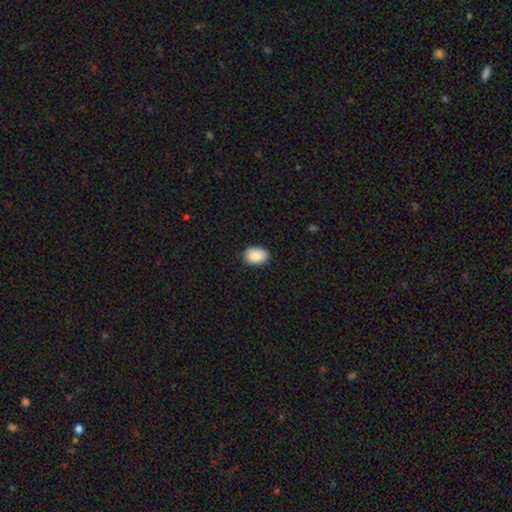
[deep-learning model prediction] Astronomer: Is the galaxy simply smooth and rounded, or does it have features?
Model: smooth — 90%.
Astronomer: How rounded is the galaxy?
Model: in between — 83%.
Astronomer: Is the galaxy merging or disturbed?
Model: none — 85%.